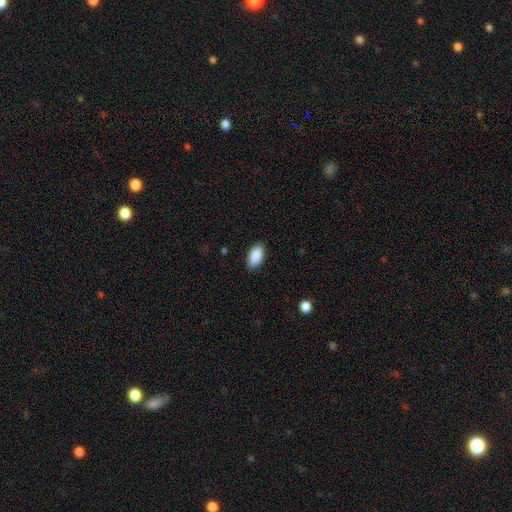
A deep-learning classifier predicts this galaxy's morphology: A smooth galaxy with no disk features (90%) that is in between round and cigar-shaped (94%). Merging: none (87%).